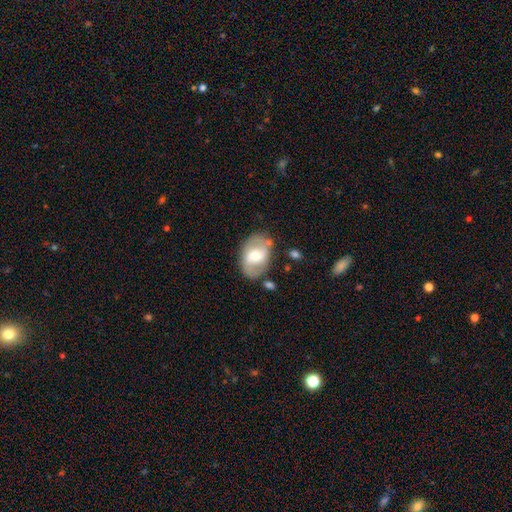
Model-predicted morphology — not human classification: Overall: featured or disk (61%; smooth 33%). Edge-on disk: no (96%). Bar: weak (46%; no 34%). Spiral arms: yes (73%). Bulge size: moderate (64%; small 27%). Merging: none (71%).